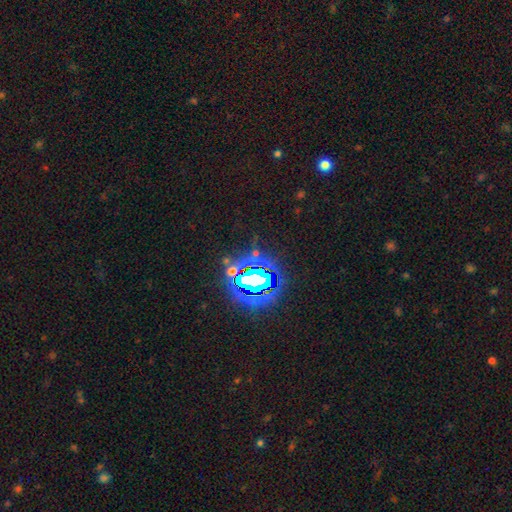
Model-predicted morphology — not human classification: smooth_or_featured: star or artifact (p=0.80) [alt: smooth p=0.11]